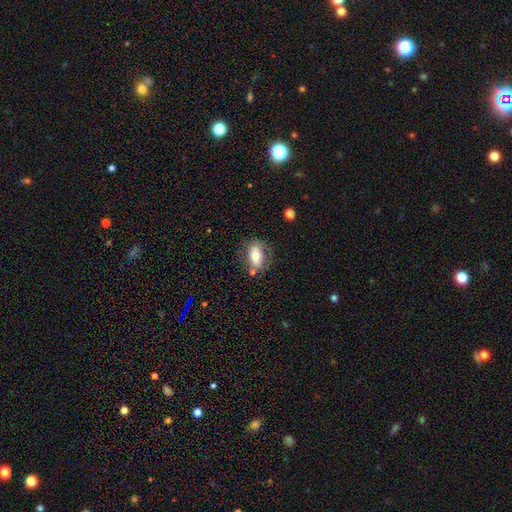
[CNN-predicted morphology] This appears to be a smooth galaxy with no disk features (66%) that is in between round and cigar-shaped (83%). Merging: none (70%).